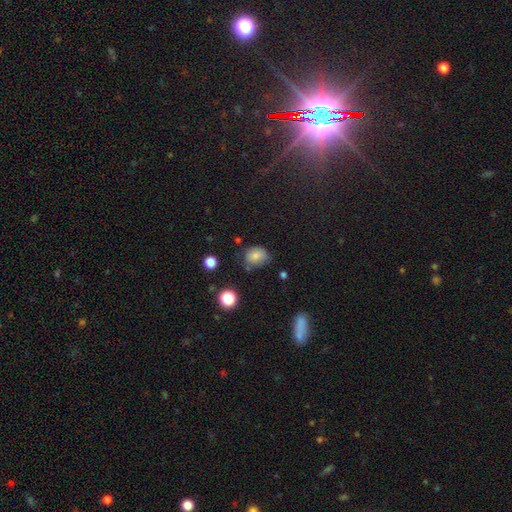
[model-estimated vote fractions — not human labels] Overall: smooth (79%). How rounded: in between (54%; round 45%). Merging: none (54%; minor disturbance 32%).